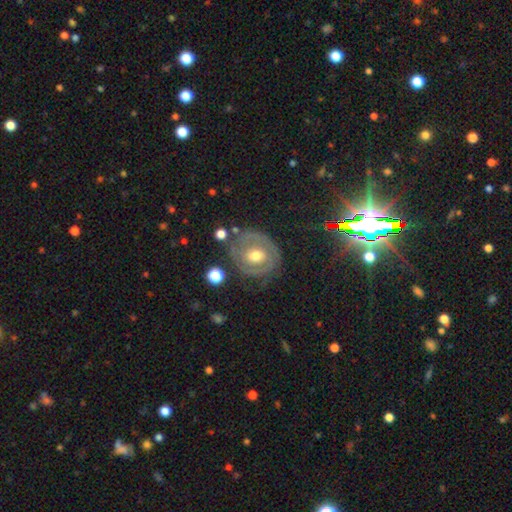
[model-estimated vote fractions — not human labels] The model was most divided on "bar": no: 64%, weak: 28%, strong: 8%. More confident: edge-on disk — no (96%); bulge size — moderate (75%); smooth or featured — featured or disk (73%); spiral arms — yes (70%); merging — none (69%).